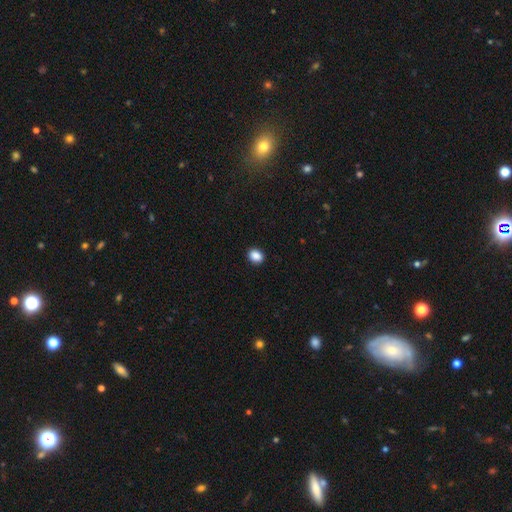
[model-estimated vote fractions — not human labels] Q: Smooth or featured?
A: smooth (89%); runner-up: star or artifact (9%)
Q: How rounded?
A: in between (52%); runner-up: round (47%)
Q: Merging?
A: none (91%); runner-up: minor disturbance (6%)